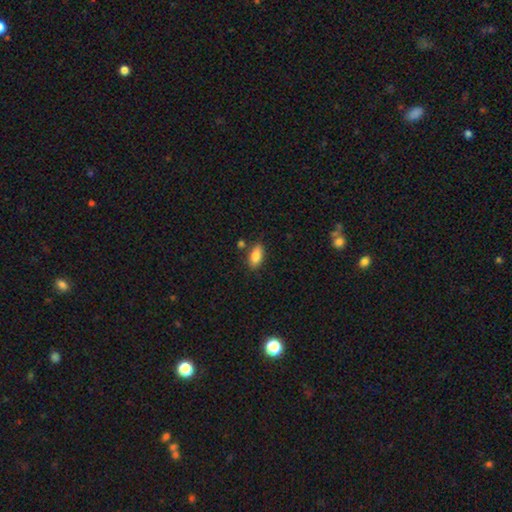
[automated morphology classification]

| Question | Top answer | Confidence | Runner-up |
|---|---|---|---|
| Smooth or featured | smooth | 85% | featured or disk (8%) |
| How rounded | in between | 88% | cigar-shaped (9%) |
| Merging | none | 78% | minor disturbance (13%) |